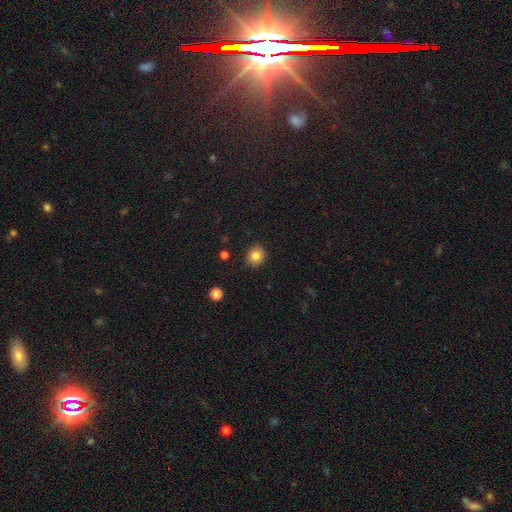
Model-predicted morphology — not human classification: Smooth or featured?
  - smooth: 83% *
  - star or artifact: 10%
  - featured or disk: 8%
How rounded?
  - round: 65% *
  - in between: 34%
  - cigar-shaped: 1%
Merging?
  - none: 87% *
  - minor disturbance: 9%
  - major disturbance: 2%
  - merger: 1%